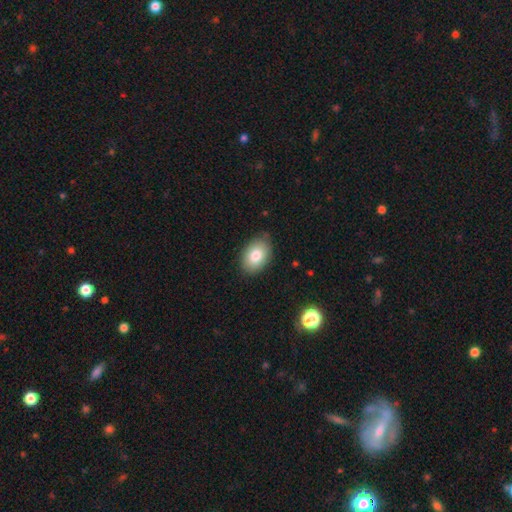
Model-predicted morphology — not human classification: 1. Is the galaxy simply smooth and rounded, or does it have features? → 82% smooth, 10% featured or disk, 8% star or artifact.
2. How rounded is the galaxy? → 86% in between, 13% round, 1% cigar-shaped.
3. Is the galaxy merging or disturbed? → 83% none, 13% minor disturbance, 2% major disturbance, 1% merger.